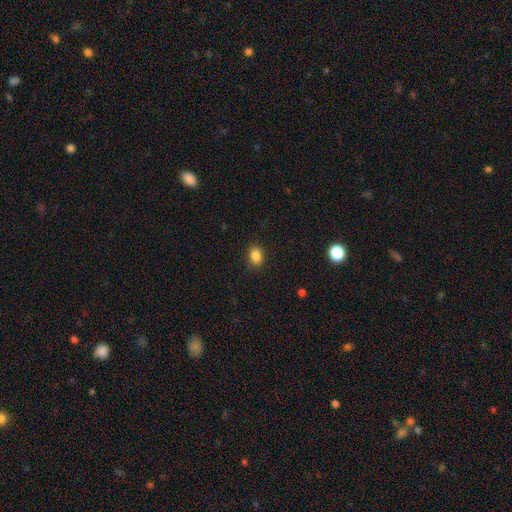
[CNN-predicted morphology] A smooth galaxy with no disk features (85%) that is in between round and cigar-shaped (71%). Merging: none (86%).